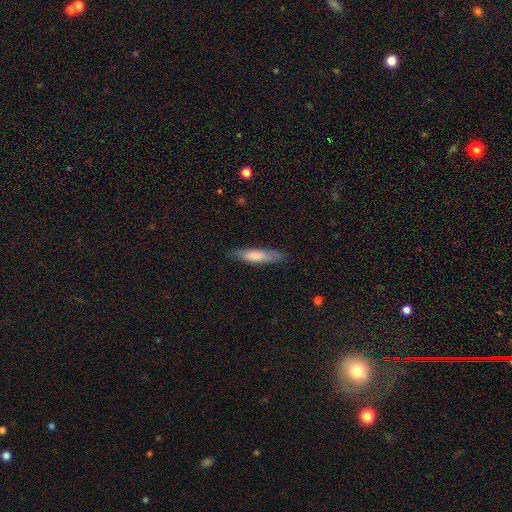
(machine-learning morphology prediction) Overall: smooth (74%). How rounded: cigar-shaped (79%). Merging: none (82%).